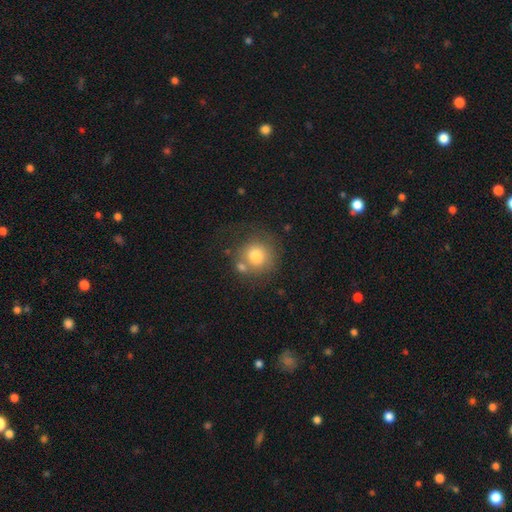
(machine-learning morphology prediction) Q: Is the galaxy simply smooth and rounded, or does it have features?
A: smooth — 76%.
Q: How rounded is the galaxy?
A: round — 89%.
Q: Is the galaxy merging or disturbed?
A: none — 58%.